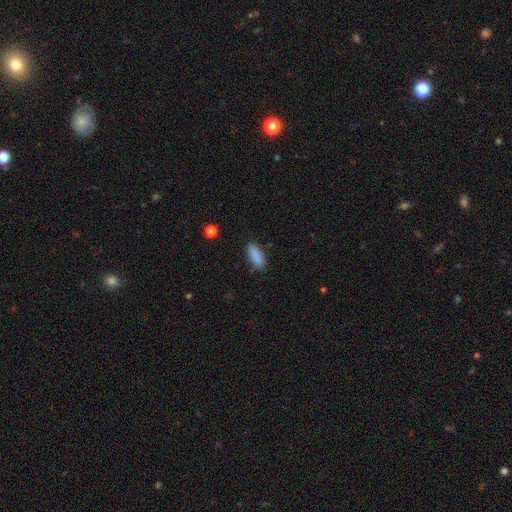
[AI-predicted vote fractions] This appears to be a smooth galaxy with no disk features (88%) that is in between round and cigar-shaped (71%). Merging: none (85%).